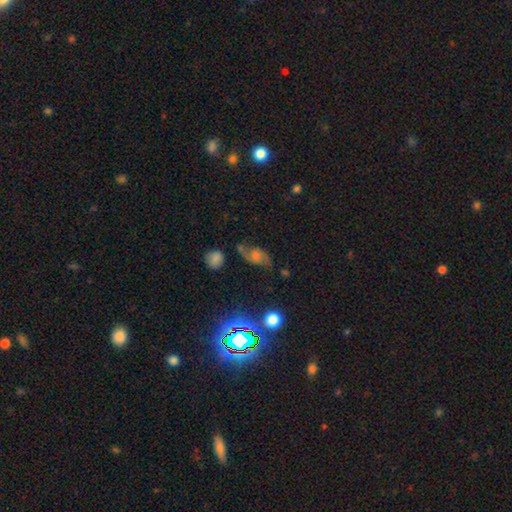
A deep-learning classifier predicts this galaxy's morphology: Smooth or featured? Predicted: featured or disk (p=0.55). Edge-on disk? Predicted: no (p=0.92). Bar? Predicted: no (p=0.65). Spiral arms? Predicted: yes (p=0.88). Bulge size? Predicted: moderate (p=0.44). Merging? Predicted: none (p=0.61).